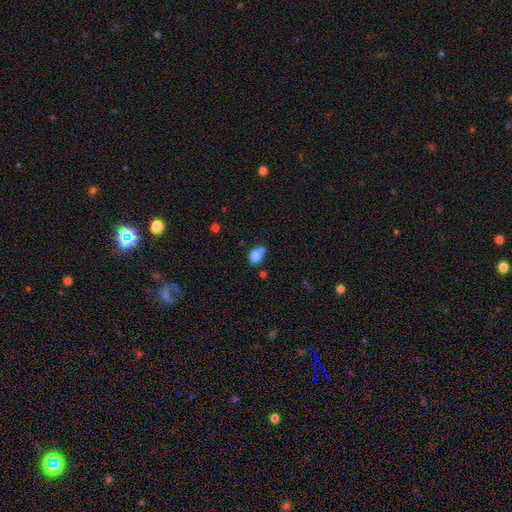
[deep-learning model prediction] A smooth galaxy with no disk features (78%) that is in between round and cigar-shaped (57%).

Vote fractions:
- Smooth or featured? smooth: 78% / star or artifact: 11% / featured or disk: 11%
- How rounded? in between: 57% / round: 42% / cigar-shaped: 1%
- Merging? none: 39% (tied) / merger: 39% (tied) / minor disturbance: 15% / major disturbance: 7%